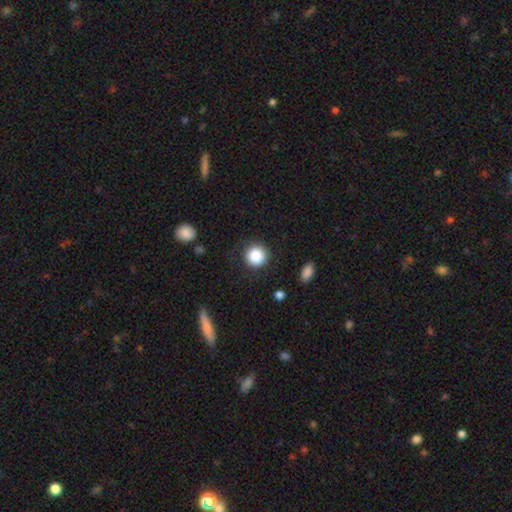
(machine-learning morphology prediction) smooth 87%, star or artifact 9%, featured or disk 4%. Down the decision tree: how rounded — round (94%); merging — none (86%).